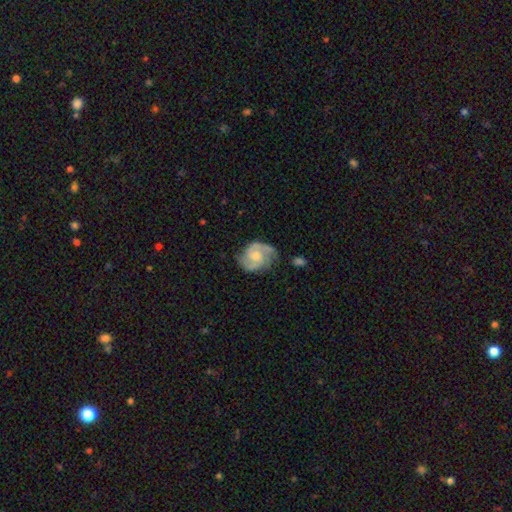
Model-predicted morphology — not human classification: A featured or disk galaxy (83%) with no bar (59%), 2 (78%) medium (50%) spiral arms (97%) and a moderate central bulge (47%). Merging: none (67%).